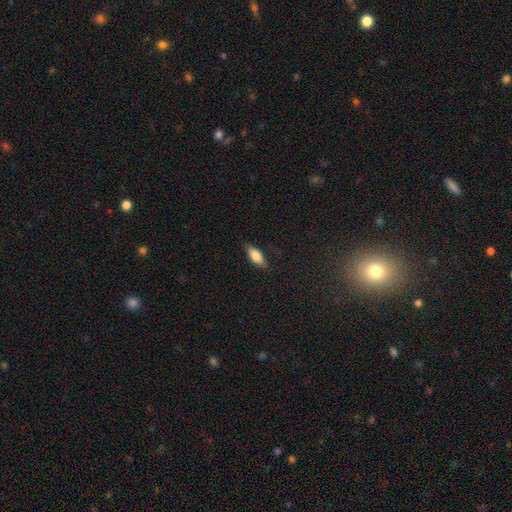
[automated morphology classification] Smooth or featured? Predicted: smooth (p=0.76). How rounded? Predicted: in between (p=0.74). Merging? Predicted: none (p=0.81).